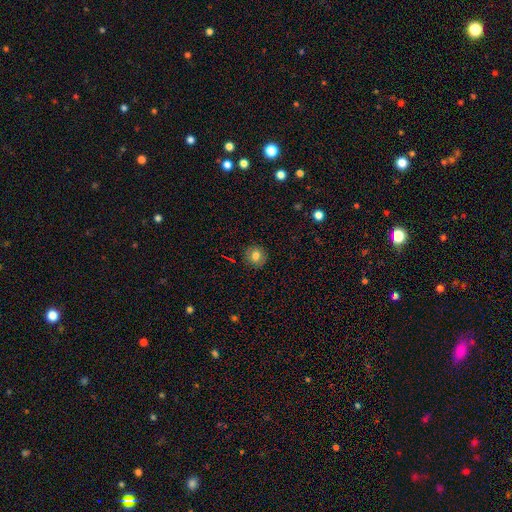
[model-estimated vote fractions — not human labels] Smooth or featured?
  - smooth: 77% *
  - featured or disk: 12%
  - star or artifact: 11%
How rounded?
  - round: 90% *
  - in between: 9%
  - cigar-shaped: 1%
Merging?
  - none: 89% *
  - minor disturbance: 8%
  - major disturbance: 2%
  - merger: 1%